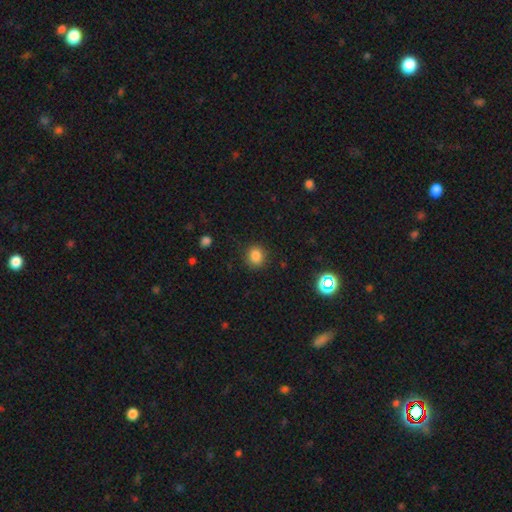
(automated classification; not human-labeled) Q: Smooth or featured?
A: smooth (84%); runner-up: star or artifact (12%)
Q: How rounded?
A: round (76%); runner-up: in between (23%)
Q: Merging?
A: none (88%); runner-up: minor disturbance (8%)